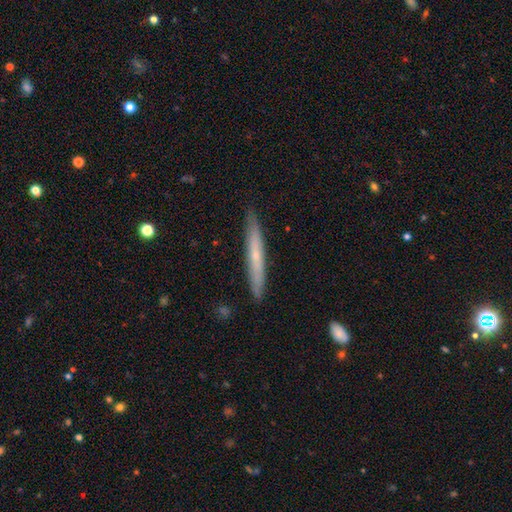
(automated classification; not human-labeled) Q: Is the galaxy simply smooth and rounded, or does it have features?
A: featured or disk — 48%.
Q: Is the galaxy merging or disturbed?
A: none — 88%.